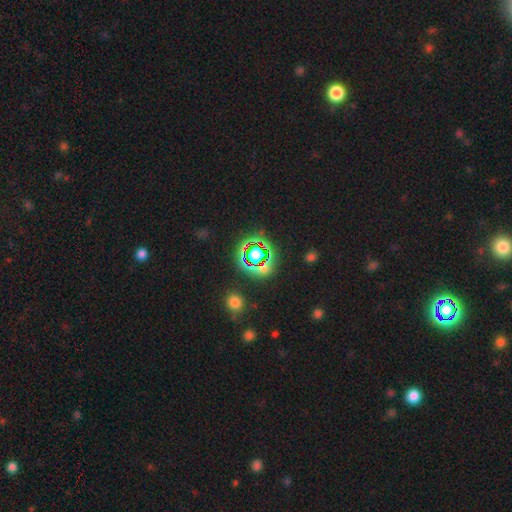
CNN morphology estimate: star or artifact 67%, smooth 21%, featured or disk 12%.